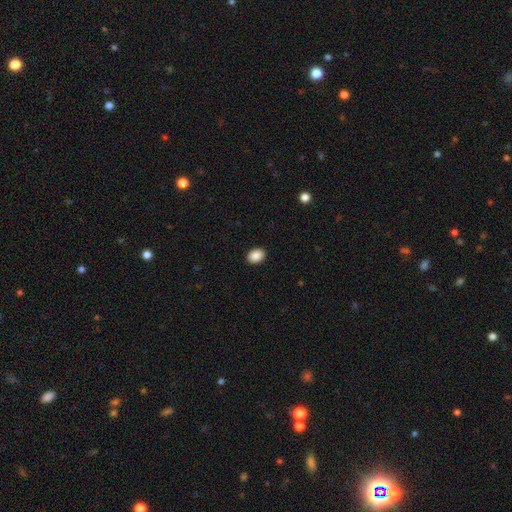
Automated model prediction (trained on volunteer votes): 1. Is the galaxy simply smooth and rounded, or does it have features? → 88% smooth, 8% star or artifact, 4% featured or disk.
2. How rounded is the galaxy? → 72% in between, 27% round, 1% cigar-shaped.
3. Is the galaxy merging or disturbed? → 91% none, 7% minor disturbance, 2% major disturbance, 1% merger.